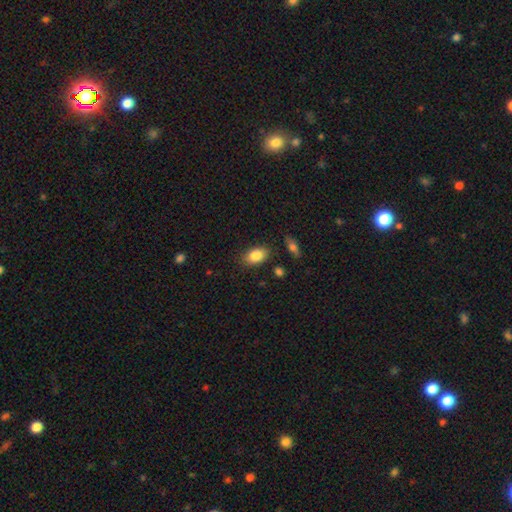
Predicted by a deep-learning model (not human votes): A smooth galaxy with no disk features (85%) that is in between round and cigar-shaped (87%). Merging: none (82%).